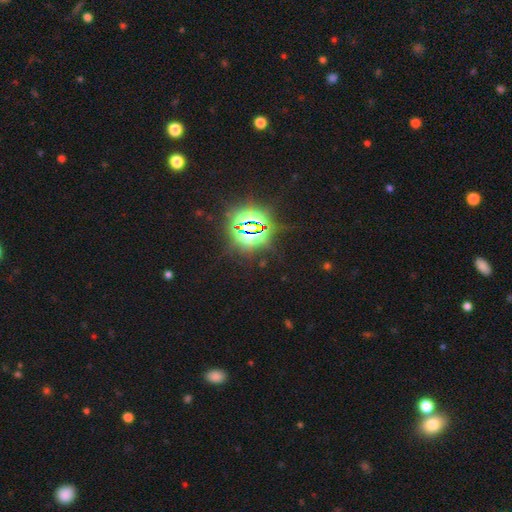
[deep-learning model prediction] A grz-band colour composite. It shows a star or artifact, not a galaxy (85%).